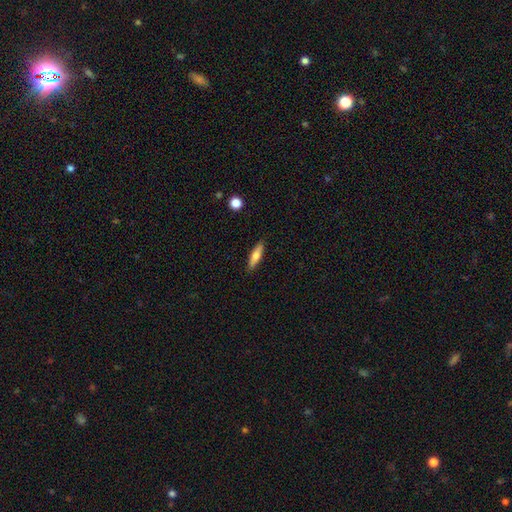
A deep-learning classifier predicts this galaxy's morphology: The model was most divided on "smooth or featured": smooth: 67%, featured or disk: 27%, star or artifact: 6%. More confident: merging — none (89%); how rounded — cigar-shaped (70%).